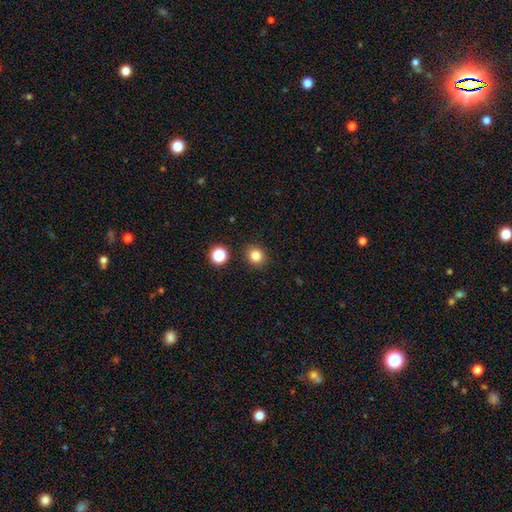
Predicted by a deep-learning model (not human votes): Smooth or featured: smooth — 83% (star or artifact — 13%)
How rounded: round — 84% (in between — 15%)
Merging: none — 89% (minor disturbance — 6%)